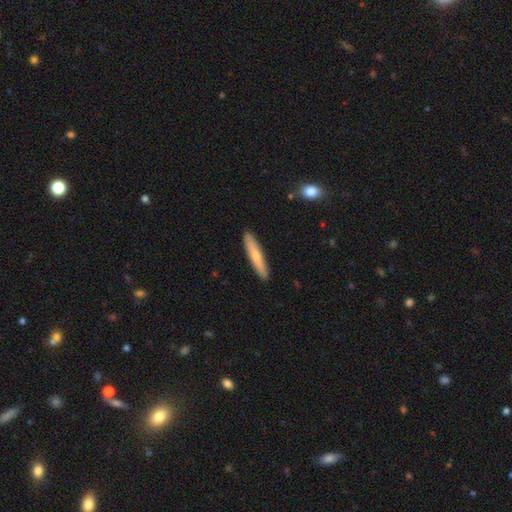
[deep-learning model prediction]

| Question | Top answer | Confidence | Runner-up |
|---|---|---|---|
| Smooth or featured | smooth | 68% | featured or disk (27%) |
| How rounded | cigar-shaped | 92% | in between (7%) |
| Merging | none | 91% | minor disturbance (7%) |